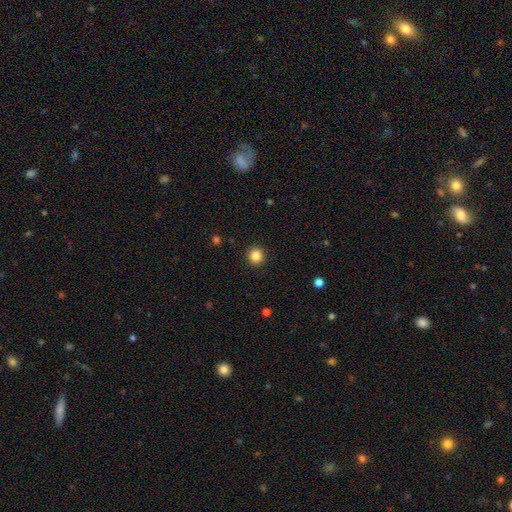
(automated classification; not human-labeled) A smooth galaxy with no disk features (85%) that is round (93%).

Vote fractions:
- Smooth or featured? smooth: 85% / star or artifact: 11% / featured or disk: 4%
- How rounded? round: 93% / in between: 6% / cigar-shaped: 1%
- Merging? none: 92% / minor disturbance: 5% / major disturbance: 2% / merger: 1%